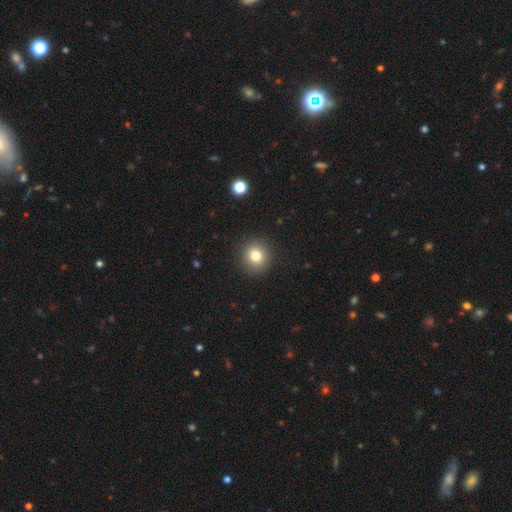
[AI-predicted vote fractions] This is likely a smooth galaxy (80%). How rounded: clearly round (91%). Merging: clearly none (91%).